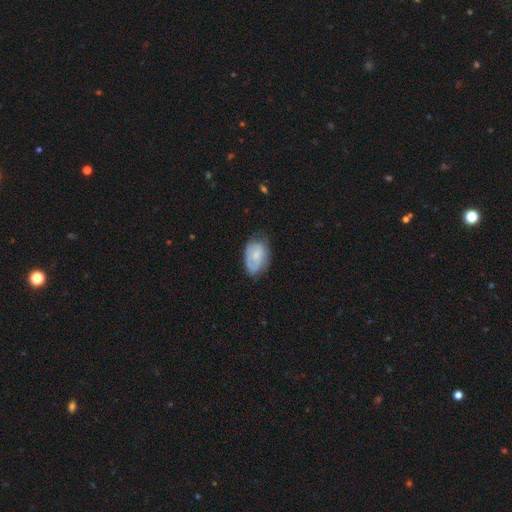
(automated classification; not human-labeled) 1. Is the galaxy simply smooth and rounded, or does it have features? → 52% smooth, 41% featured or disk, 7% star or artifact.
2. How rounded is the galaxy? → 89% in between, 10% round, 1% cigar-shaped.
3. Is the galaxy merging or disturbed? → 58% none, 30% minor disturbance, 11% major disturbance, 2% merger.